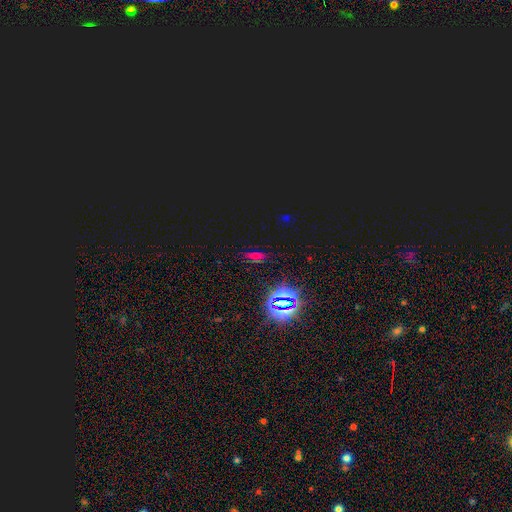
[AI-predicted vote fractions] This appears to be a star or artifact, not a galaxy (58%).